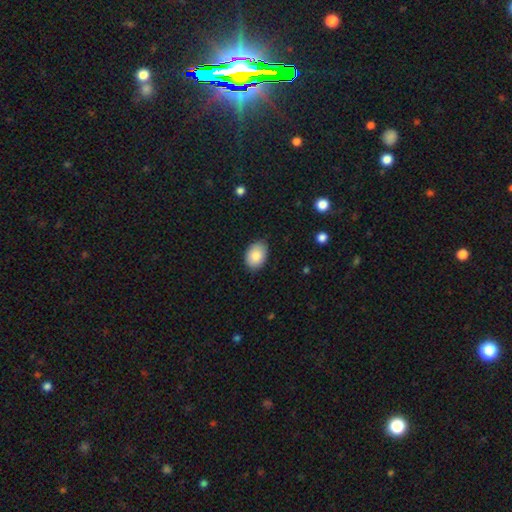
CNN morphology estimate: Smooth or featured?
  - smooth: 86% *
  - star or artifact: 7%
  - featured or disk: 7%
How rounded?
  - in between: 80% *
  - round: 19%
  - cigar-shaped: 1%
Merging?
  - none: 84% *
  - minor disturbance: 13%
  - major disturbance: 2%
  - merger: 1%